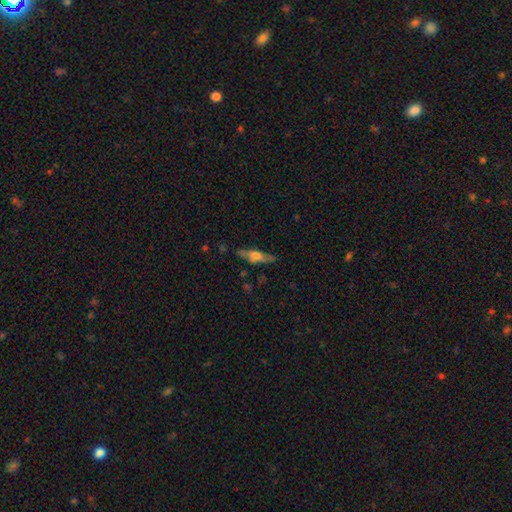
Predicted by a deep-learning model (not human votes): This appears to be a smooth galaxy with no disk features (51%) that is cigar-shaped (59%). Merging: none (77%).